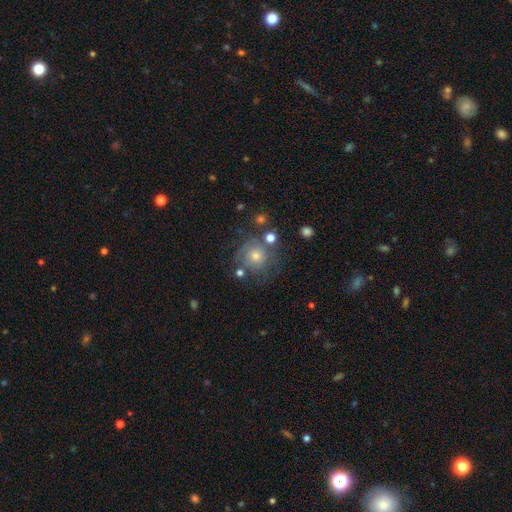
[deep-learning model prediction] Smooth or featured? Predicted: smooth (p=0.45). Merging? Predicted: none (p=0.66).